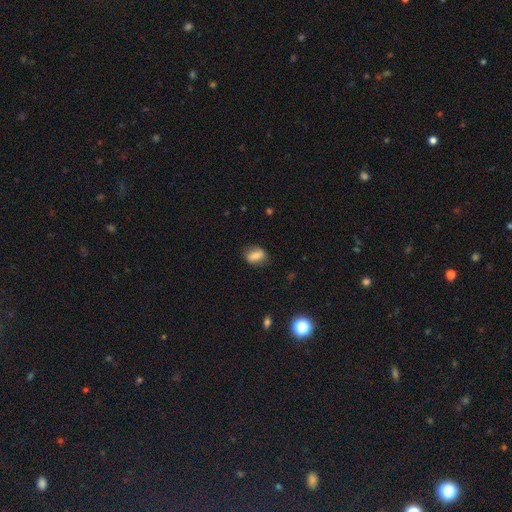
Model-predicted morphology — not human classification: Smooth or featured: smooth — 72% (featured or disk — 19%)
How rounded: in between — 76% (round — 20%)
Merging: none — 75% (minor disturbance — 18%)